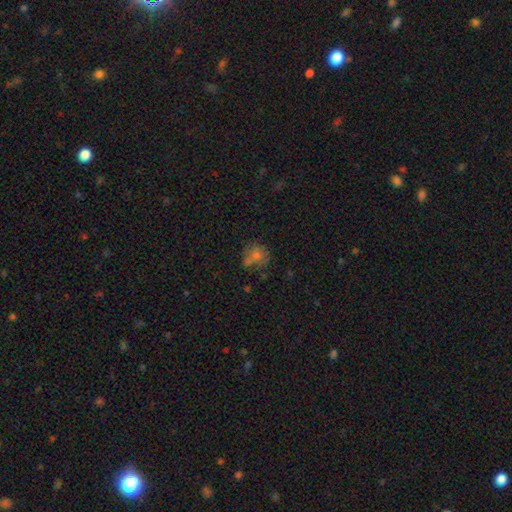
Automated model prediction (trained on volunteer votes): This is likely a smooth galaxy (61%). How rounded: likely round (77%). Merging: possibly none (56%).